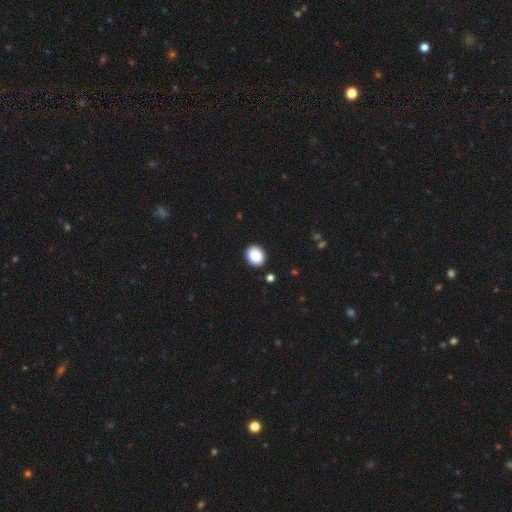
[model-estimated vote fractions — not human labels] Smooth or featured?
  - smooth: 87% *
  - star or artifact: 8%
  - featured or disk: 4%
How rounded?
  - round: 53% *
  - in between: 46%
  - cigar-shaped: 1%
Merging?
  - none: 90% *
  - minor disturbance: 6%
  - major disturbance: 2%
  - merger: 1%